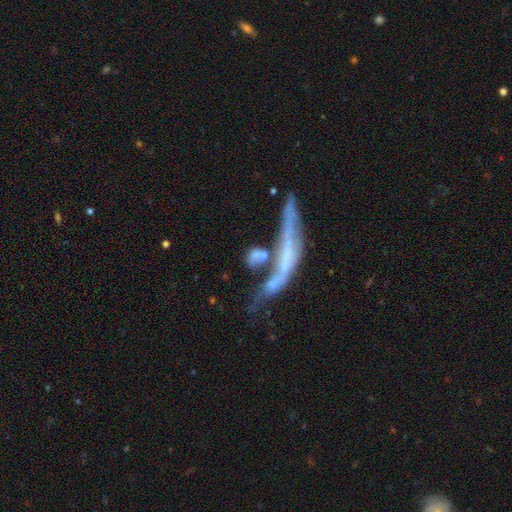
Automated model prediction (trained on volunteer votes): Morphology: type=smooth (53%); roundness=in between (37%); merging=none (33%).